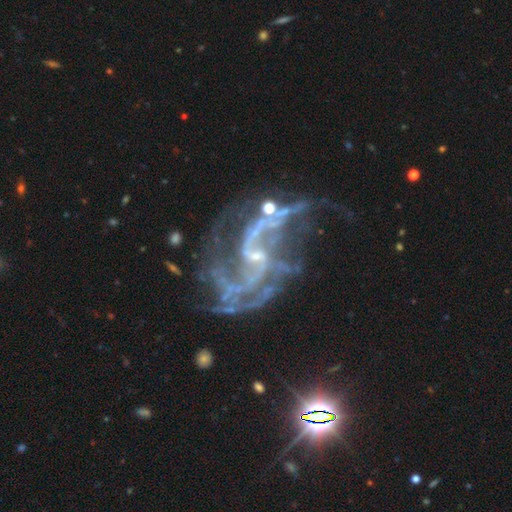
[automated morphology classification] smooth_or_featured: featured or disk (p=0.87) [alt: star or artifact p=0.09]
disk_edge_on: no (p=0.97) [alt: yes p=0.03]
bar: weak (p=0.40) [alt: no p=0.39]
has_spiral_arms: yes (p=0.95) [alt: no p=0.05]
spiral_winding: medium (p=0.44) [alt: loose p=0.36]
spiral_arm_count: 2 (p=0.35) [alt: can't tell p=0.19]
bulge_size: small (p=0.73) [alt: moderate p=0.13]
merging: none (p=0.38) [alt: major disturbance p=0.30]